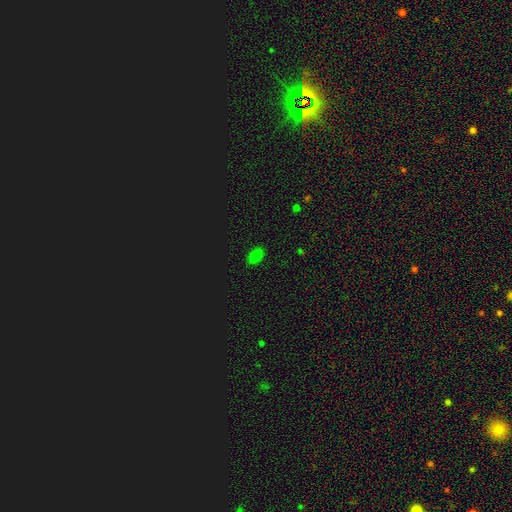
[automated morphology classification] The model was most divided on "smooth or featured": smooth: 74%, star or artifact: 21%, featured or disk: 5%. More confident: how rounded — in between (89%); merging — none (87%).